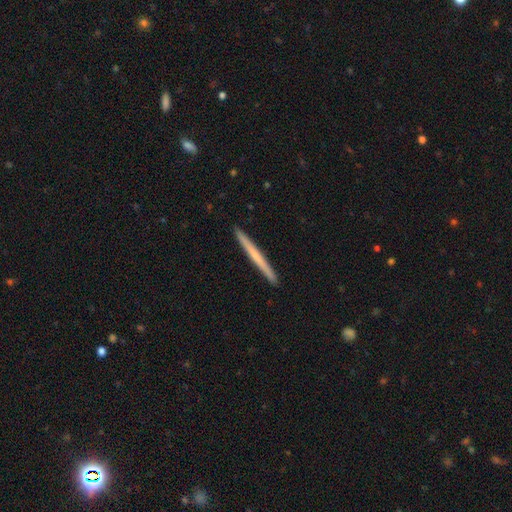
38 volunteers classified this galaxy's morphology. A smooth galaxy with no disk features (55%) that is cigar-shaped (100%).

Vote fractions:
- Smooth or featured? smooth: 55% / featured or disk: 45% / star or artifact: 0%
- How rounded? cigar-shaped: 100% / round: 0% / in between: 0%
- Merging? none: 92% / minor disturbance: 3% / major disturbance: 3% / merger: 3%